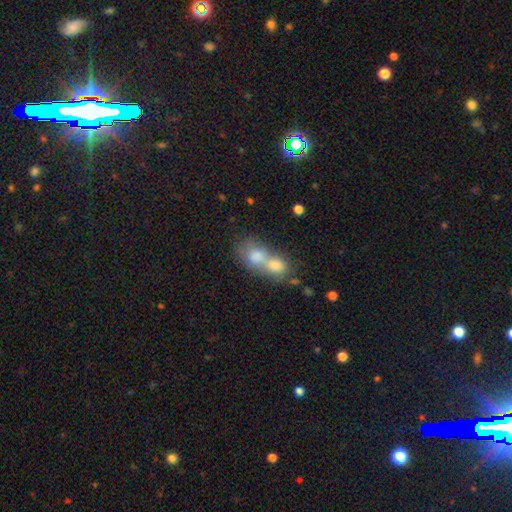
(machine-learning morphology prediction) A smooth galaxy with no disk features (76%) that is in between round and cigar-shaped (62%). Merging: merger (75%).